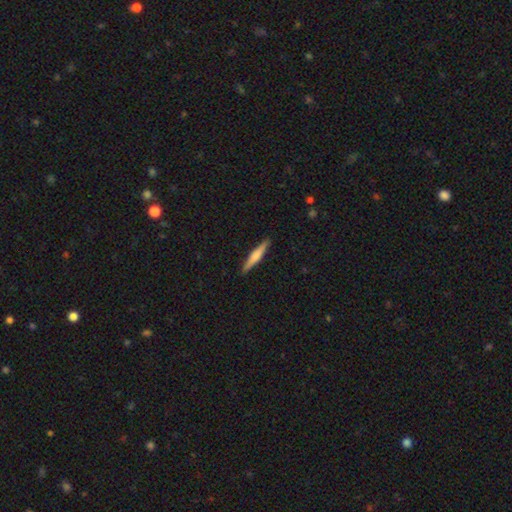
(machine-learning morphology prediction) smooth-or-featured: smooth: 53% | featured or disk: 42% | star or artifact: 6%
  how-rounded: cigar-shaped: 92% | in between: 6% | round: 2%
  merging: none: 91% | minor disturbance: 7% | major disturbance: 1% | merger: 1%